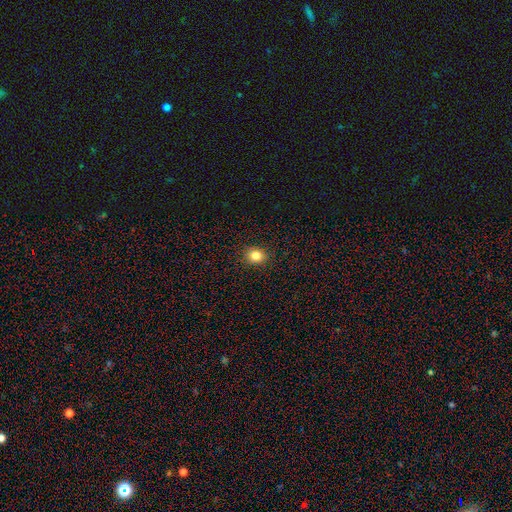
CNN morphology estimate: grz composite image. It shows a smooth galaxy with no disk features (83%) that is round (60%). Merging: none (90%).